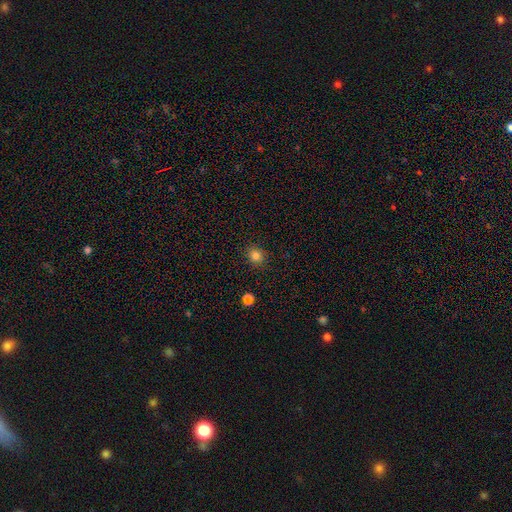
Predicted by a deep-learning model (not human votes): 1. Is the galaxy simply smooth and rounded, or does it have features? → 82% smooth, 13% star or artifact, 5% featured or disk.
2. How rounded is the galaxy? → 85% round, 14% in between, 1% cigar-shaped.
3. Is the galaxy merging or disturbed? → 90% none, 7% minor disturbance, 2% major disturbance, 1% merger.